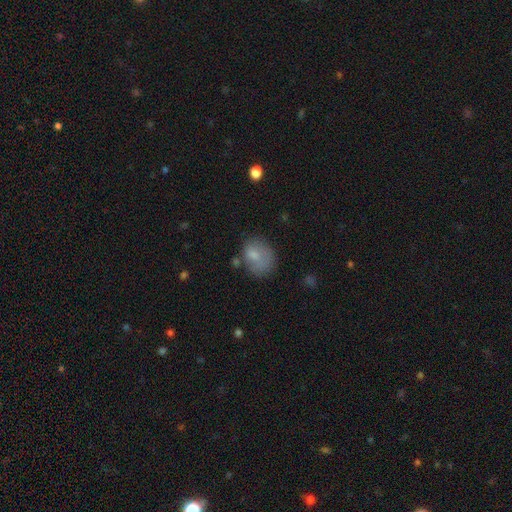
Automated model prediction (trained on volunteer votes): smooth_or_featured: smooth (p=0.74) [alt: featured or disk p=0.17]
how_rounded: in between (p=0.56) [alt: round p=0.43]
merging: none (p=0.50) [alt: minor disturbance p=0.28]